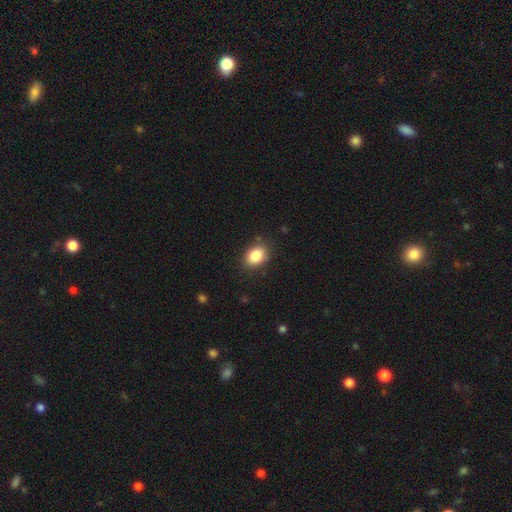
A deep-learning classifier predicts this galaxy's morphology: A smooth galaxy with no disk features (85%) that is in between round and cigar-shaped (68%).

Vote fractions:
- Smooth or featured? smooth: 85% / star or artifact: 9% / featured or disk: 6%
- How rounded? in between: 68% / round: 31% / cigar-shaped: 1%
- Merging? none: 85% / minor disturbance: 11% / major disturbance: 3% / merger: 1%